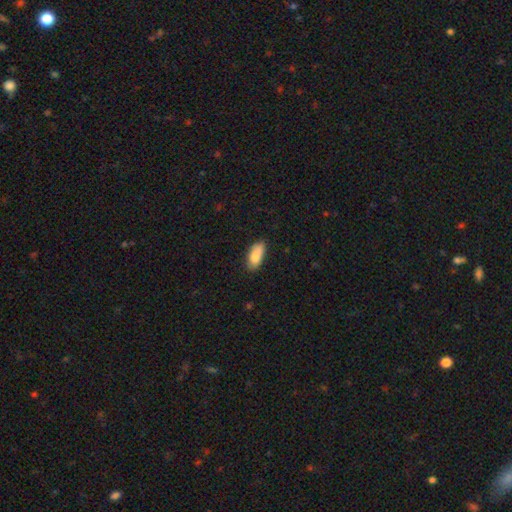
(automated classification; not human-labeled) A smooth galaxy with no disk features (86%) that is in between round and cigar-shaped (86%).

Vote fractions:
- Smooth or featured? smooth: 86% / featured or disk: 7% / star or artifact: 7%
- How rounded? in between: 86% / cigar-shaped: 12% / round: 2%
- Merging? none: 77% / minor disturbance: 19% / major disturbance: 3% / merger: 2%